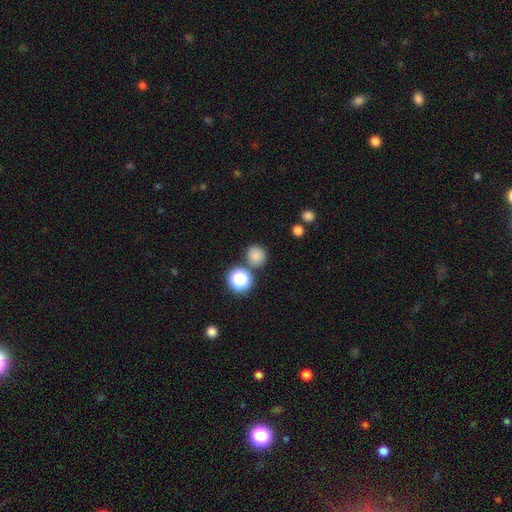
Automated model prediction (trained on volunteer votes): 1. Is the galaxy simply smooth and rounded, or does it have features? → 79% smooth, 16% star or artifact, 5% featured or disk.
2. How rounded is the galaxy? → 89% round, 11% in between, 1% cigar-shaped.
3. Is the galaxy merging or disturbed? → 76% none, 11% merger, 10% minor disturbance, 3% major disturbance.